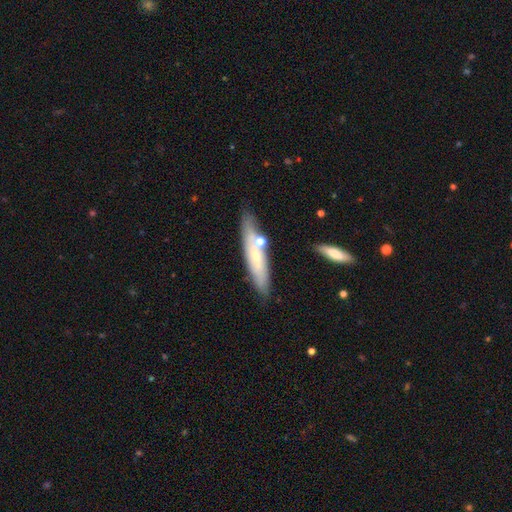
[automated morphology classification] Smooth or featured: smooth — 49% (featured or disk — 43%)
Merging: none — 74% (minor disturbance — 14%)